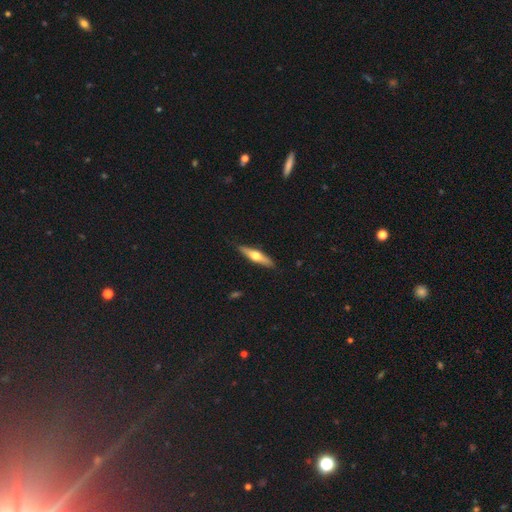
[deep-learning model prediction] smooth-or-featured: featured or disk: 53% | smooth: 42% | star or artifact: 5%
  disk-edge-on: yes: 93% | no: 7%
  merging: none: 89% | minor disturbance: 8% | major disturbance: 2% | merger: 1%